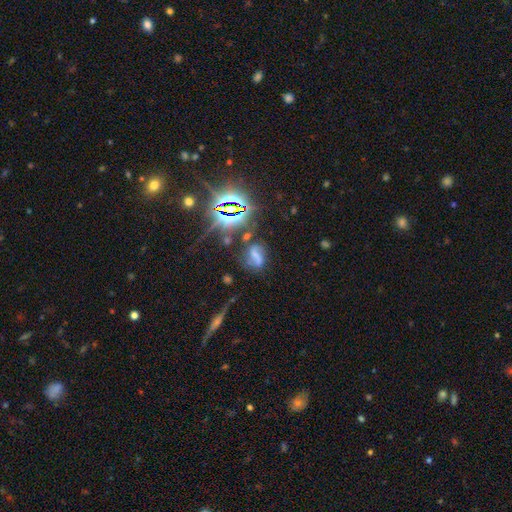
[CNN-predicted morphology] A featured or disk galaxy (34%).

Vote fractions:
- Smooth or featured? featured or disk: 34% / smooth: 33% / star or artifact: 33%
- Merging? none: 51% / minor disturbance: 21% / major disturbance: 18% / merger: 10%